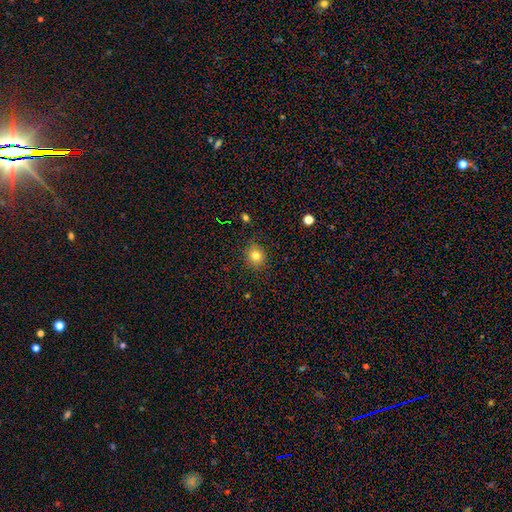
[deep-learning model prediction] A smooth galaxy with no disk features (80%) that is round (81%).

Vote fractions:
- Smooth or featured? smooth: 80% / star or artifact: 12% / featured or disk: 7%
- How rounded? round: 81% / in between: 18% / cigar-shaped: 1%
- Merging? none: 87% / minor disturbance: 9% / major disturbance: 2% / merger: 1%